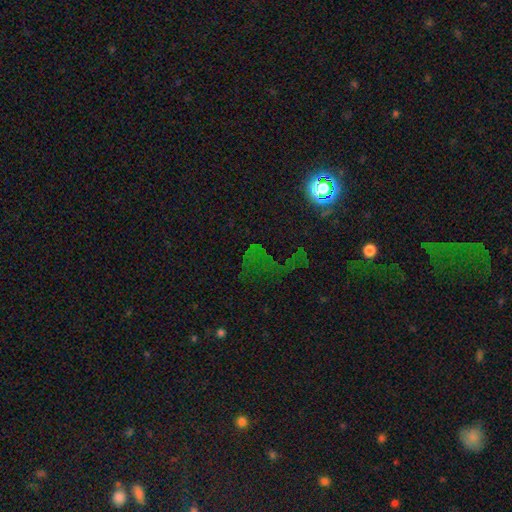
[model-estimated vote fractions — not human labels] Smooth or featured? Predicted: star or artifact (p=0.69).